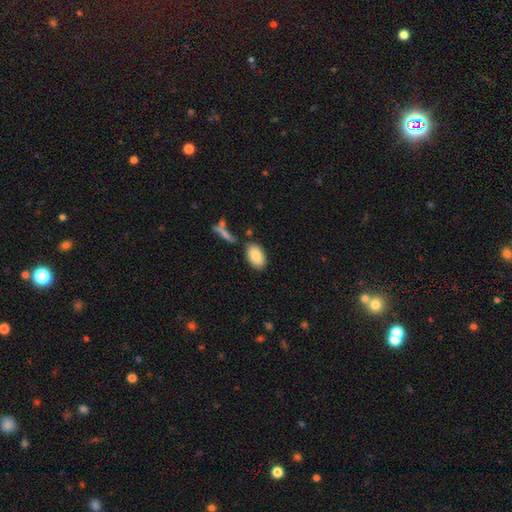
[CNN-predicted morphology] smooth 86%, featured or disk 7%, star or artifact 7%. Down the decision tree: how rounded — in between (93%); merging — none (76%).